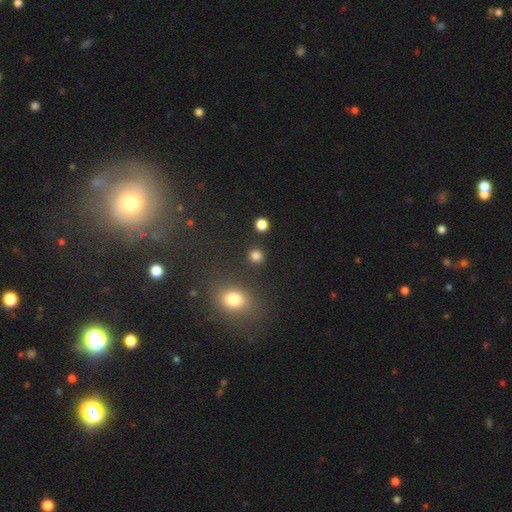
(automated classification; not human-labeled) A smooth galaxy with no disk features (83%) that is round (88%).

Vote fractions:
- Smooth or featured? smooth: 83% / star or artifact: 13% / featured or disk: 4%
- How rounded? round: 88% / in between: 11% / cigar-shaped: 1%
- Merging? none: 87% / minor disturbance: 6% / merger: 4% / major disturbance: 3%